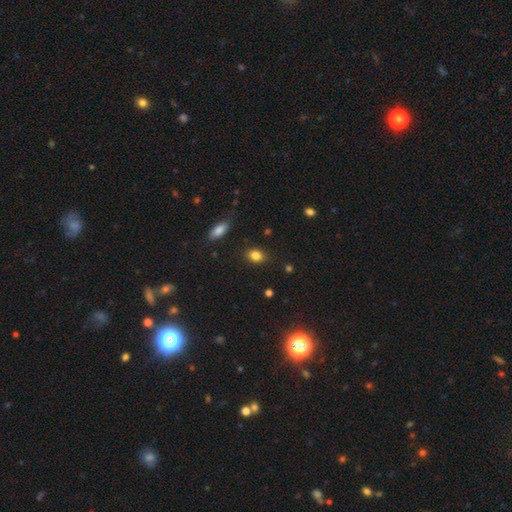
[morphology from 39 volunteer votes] A smooth galaxy with no disk features (95%) that is in between round and cigar-shaped (65%). Merging: none (100%).